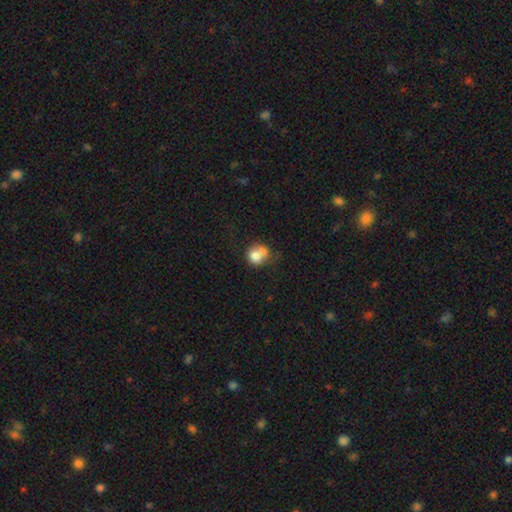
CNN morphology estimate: Smooth or featured: smooth — 72% (featured or disk — 19%)
How rounded: round — 72% (in between — 27%)
Merging: merger — 54% (none — 29%)